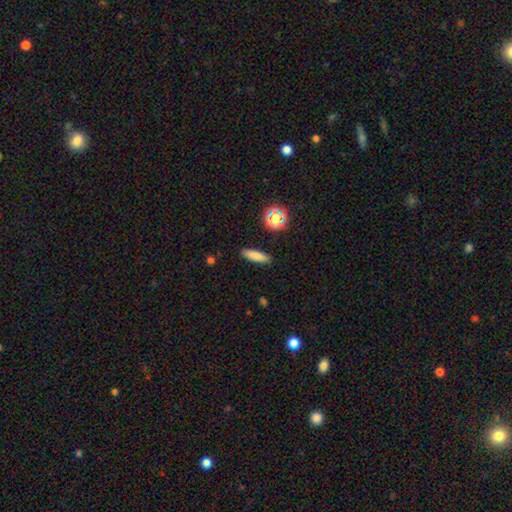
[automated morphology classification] smooth_or_featured: smooth (p=0.80) [alt: star or artifact p=0.11]
how_rounded: cigar-shaped (p=0.64) [alt: in between p=0.32]
merging: none (p=0.89) [alt: minor disturbance p=0.07]